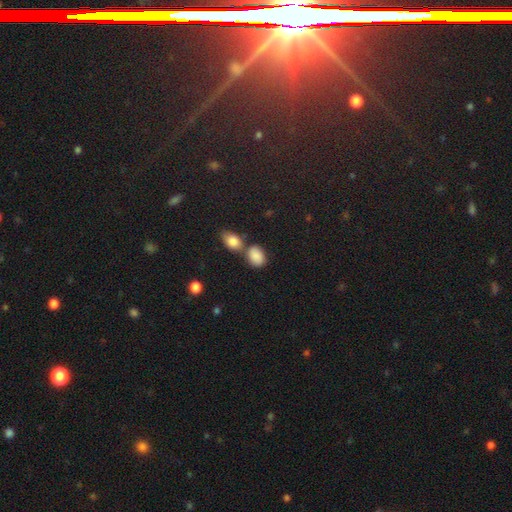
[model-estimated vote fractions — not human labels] smooth-or-featured: smooth: 85% | star or artifact: 9% | featured or disk: 6%
  how-rounded: in between: 77% | round: 21% | cigar-shaped: 2%
  merging: none: 47% | merger: 34% | minor disturbance: 14% | major disturbance: 5%